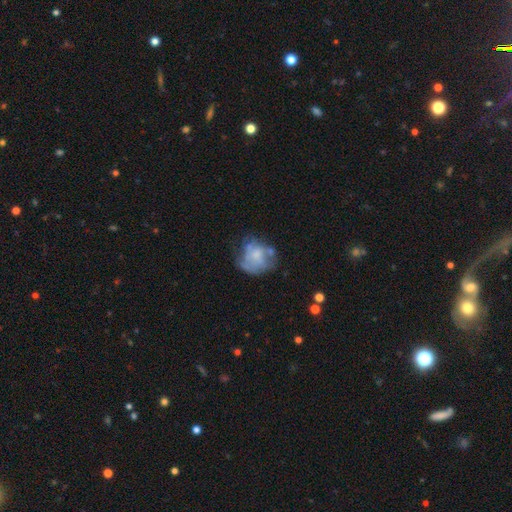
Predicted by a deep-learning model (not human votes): Overall: featured or disk (50%; smooth 40%). Edge-on disk: no (98%). Merging: none (44%; minor disturbance 25%).